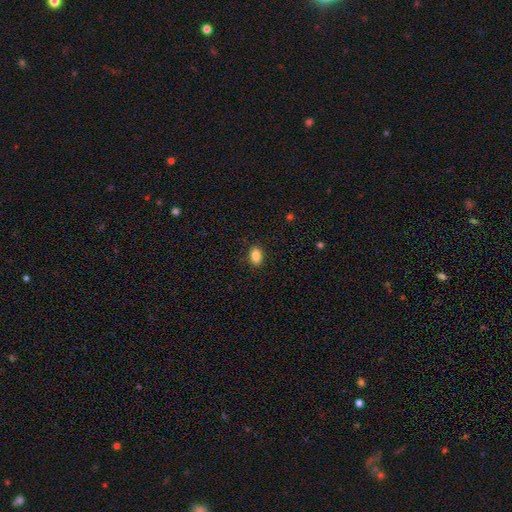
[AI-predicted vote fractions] smooth_or_featured: smooth (p=0.86) [alt: star or artifact p=0.09]
how_rounded: in between (p=0.82) [alt: round p=0.16]
merging: none (p=0.89) [alt: minor disturbance p=0.08]